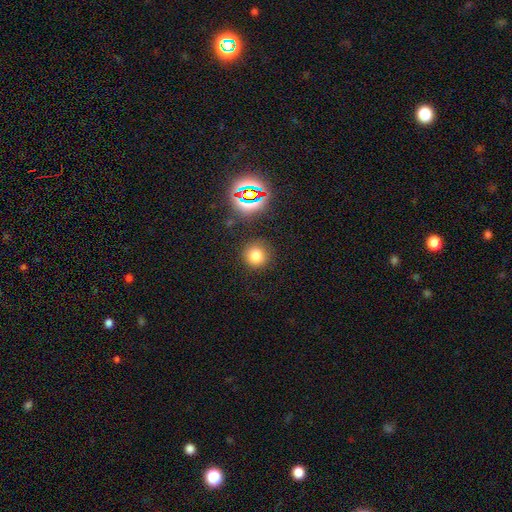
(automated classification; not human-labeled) Overall: smooth (74%). How rounded: round (93%). Merging: none (86%).